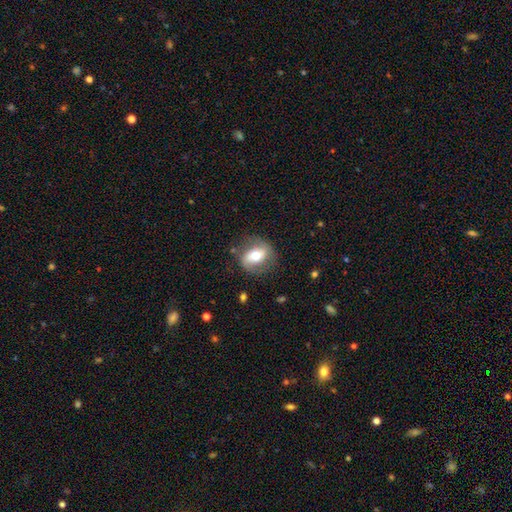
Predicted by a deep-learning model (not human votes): smooth_or_featured: featured or disk (p=0.52) [alt: smooth p=0.40]
disk_edge_on: no (p=0.92) [alt: yes p=0.08]
merging: none (p=0.74) [alt: minor disturbance p=0.17]